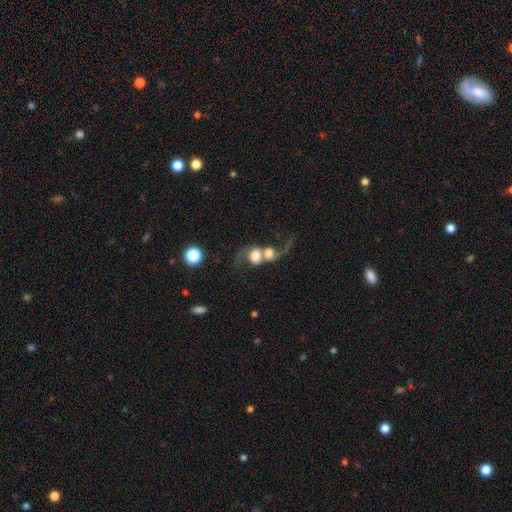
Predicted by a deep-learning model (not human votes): The model was most divided on "smooth or featured": featured or disk: 51%, smooth: 40%, star or artifact: 10%. More confident: edge-on disk — no (97%); merging — merger (78%).